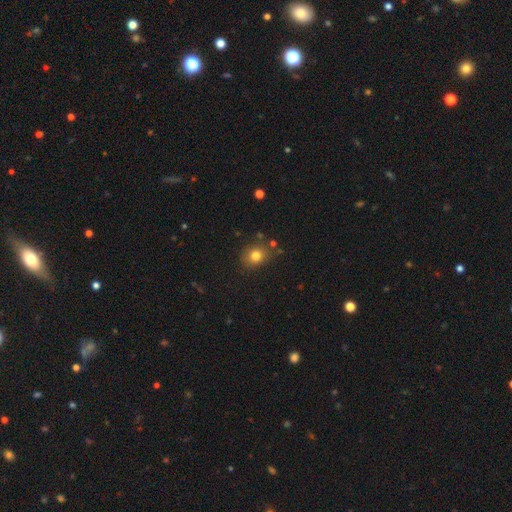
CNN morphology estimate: type=smooth (79%); roundness=round (61%); merging=none (80%).